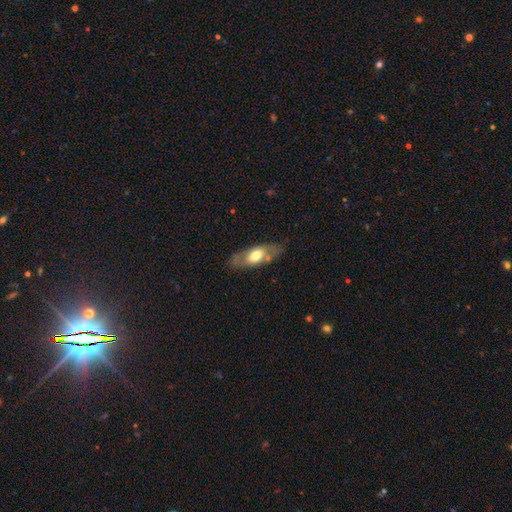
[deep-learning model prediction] Q: Smooth or featured?
A: featured or disk (50%); runner-up: smooth (45%)
Q: Merging?
A: none (75%); runner-up: minor disturbance (16%)